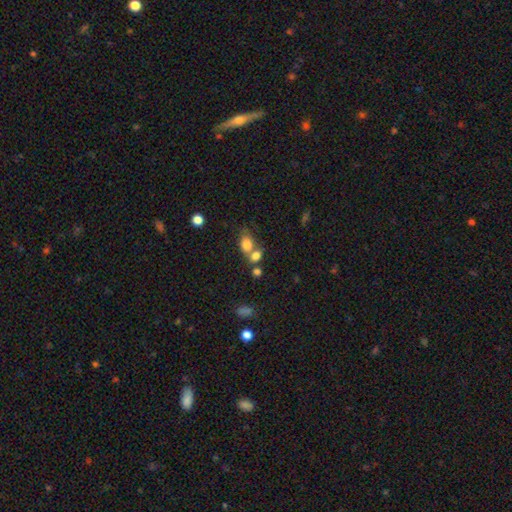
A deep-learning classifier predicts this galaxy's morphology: A smooth galaxy with no disk features (78%) that is in between round and cigar-shaped (64%). Merging: merger (51%).